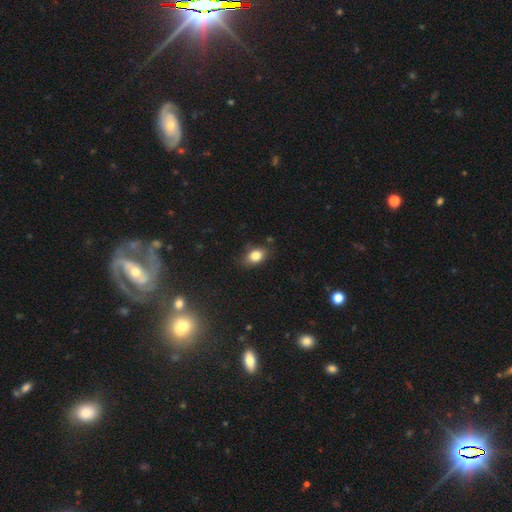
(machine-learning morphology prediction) Overall: smooth (82%). How rounded: in between (77%). Merging: none (77%).